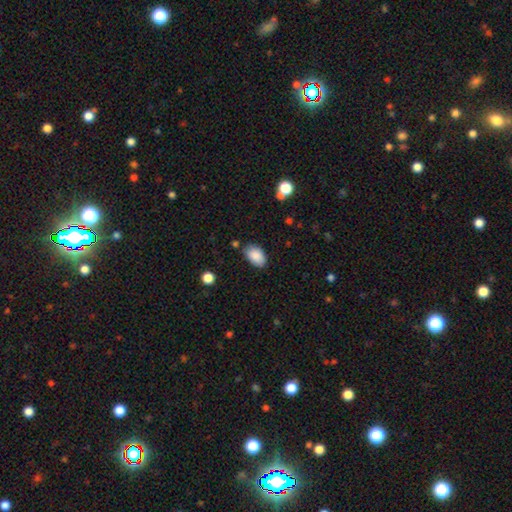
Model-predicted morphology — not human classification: smooth_or_featured: smooth (p=0.88) [alt: star or artifact p=0.07]
how_rounded: in between (p=0.91) [alt: round p=0.08]
merging: none (p=0.77) [alt: minor disturbance p=0.17]